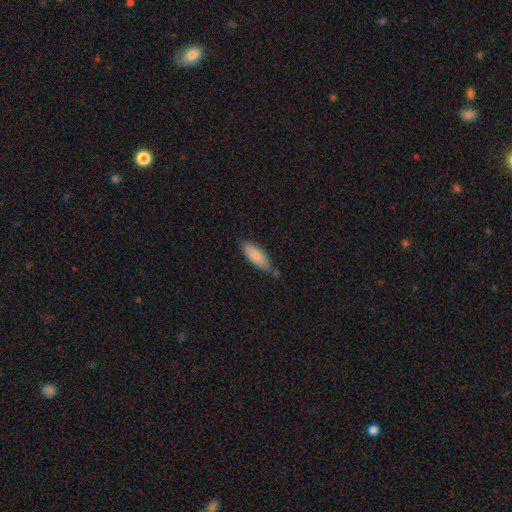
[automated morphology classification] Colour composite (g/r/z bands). It shows a smooth galaxy with no disk features (83%) that is in between round and cigar-shaped (63%). Merging: none (68%).